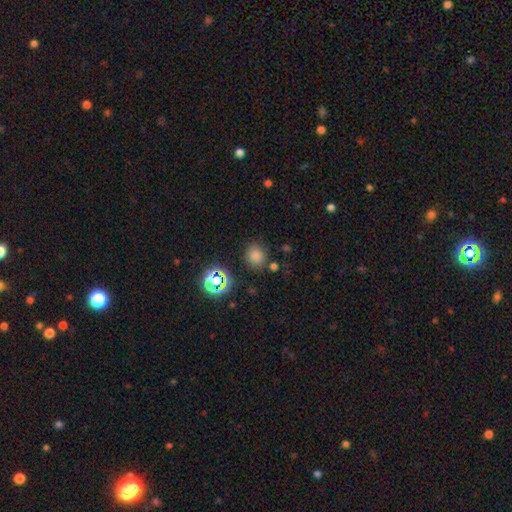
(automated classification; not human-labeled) Smooth or featured? Predicted: smooth (p=0.74). How rounded? Predicted: round (p=0.78). Merging? Predicted: none (p=0.79).